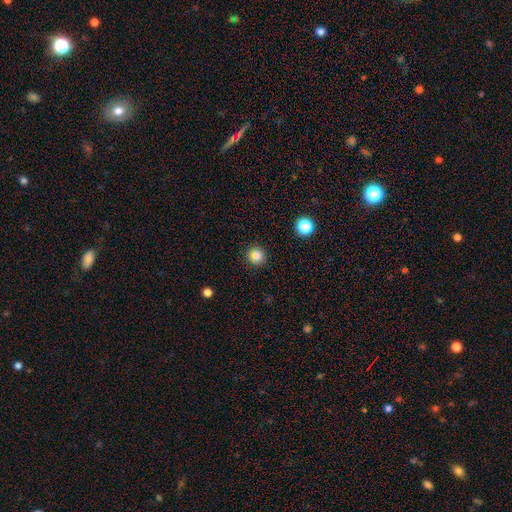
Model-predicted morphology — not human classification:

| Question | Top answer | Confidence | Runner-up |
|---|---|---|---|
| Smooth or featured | smooth | 83% | star or artifact (12%) |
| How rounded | round | 94% | in between (5%) |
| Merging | none | 92% | minor disturbance (5%) |